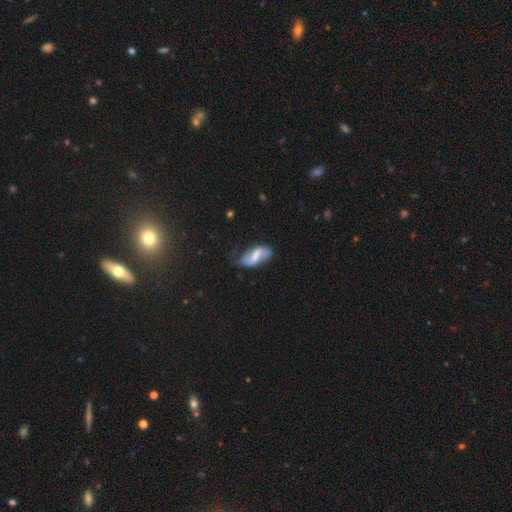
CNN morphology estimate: featured or disk 51%, smooth 41%, star or artifact 8%. Down the decision tree: edge-on disk — no (92%); merging — none (48%).